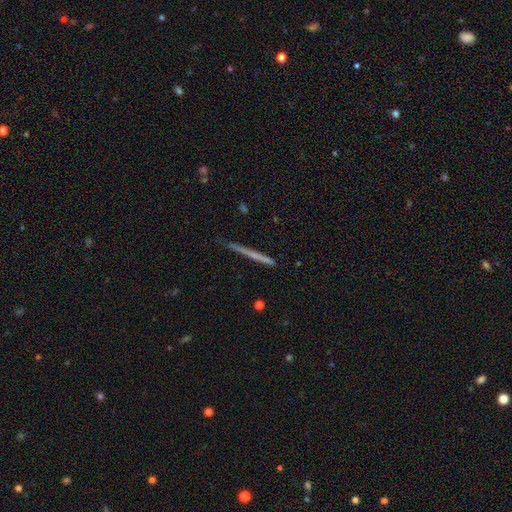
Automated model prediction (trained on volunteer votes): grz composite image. It shows a featured or disk galaxy (48%). Merging: none (86%).